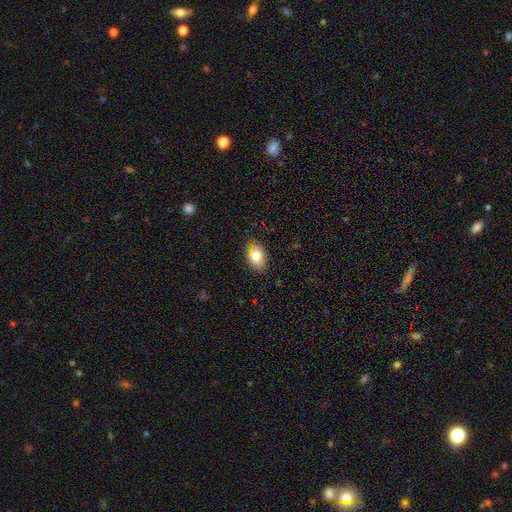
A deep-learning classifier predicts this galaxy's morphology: This is likely a smooth galaxy (75%). How rounded: clearly in between (81%). Merging: clearly none (81%).